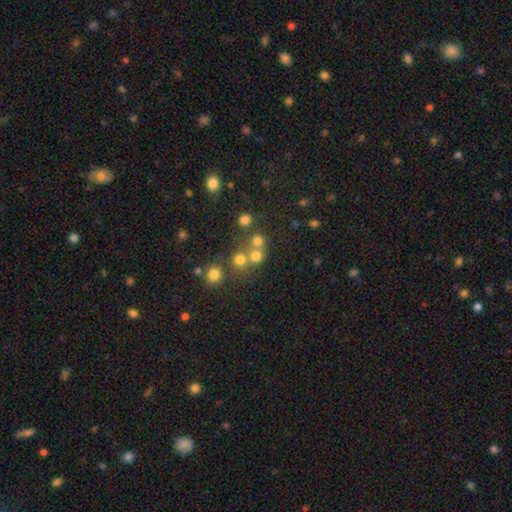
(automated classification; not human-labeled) The model was most divided on "merging": none: 56%, merger: 34%, minor disturbance: 7%, major disturbance: 4%. More confident: how rounded — round (87%); smooth or featured — smooth (70%).